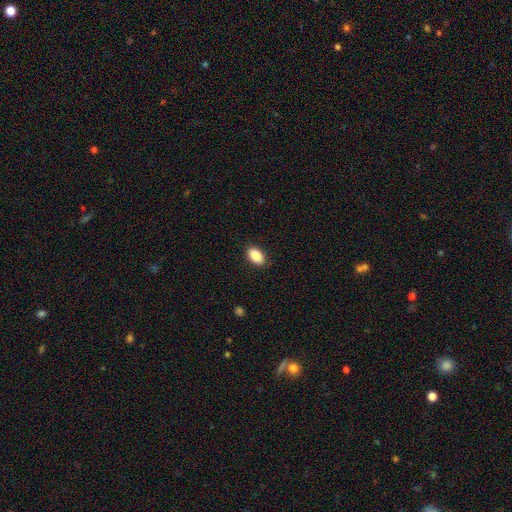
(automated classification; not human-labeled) Morphology: type=smooth (88%); roundness=in between (91%); merging=none (88%).